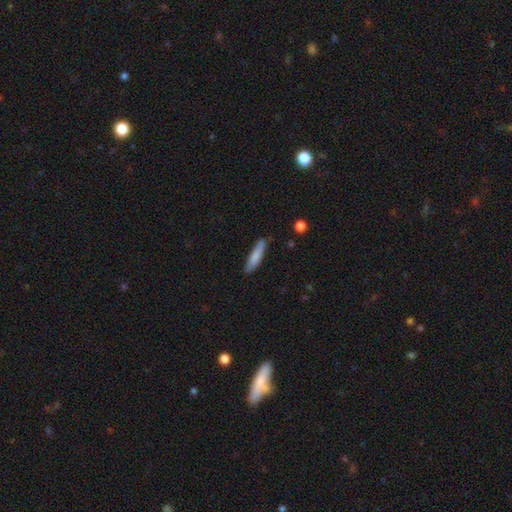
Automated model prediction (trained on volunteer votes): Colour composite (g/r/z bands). It shows a smooth galaxy with no disk features (79%) that is cigar-shaped (83%). Merging: none (81%).